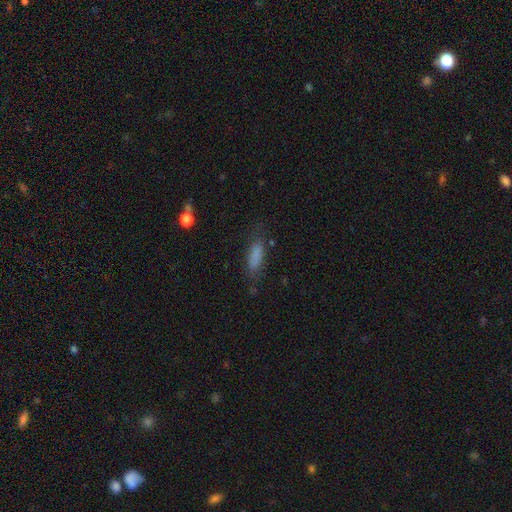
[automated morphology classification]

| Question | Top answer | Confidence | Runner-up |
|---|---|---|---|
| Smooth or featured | smooth | 80% | star or artifact (10%) |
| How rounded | in between | 54% | cigar-shaped (44%) |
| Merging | none | 71% | minor disturbance (19%) |